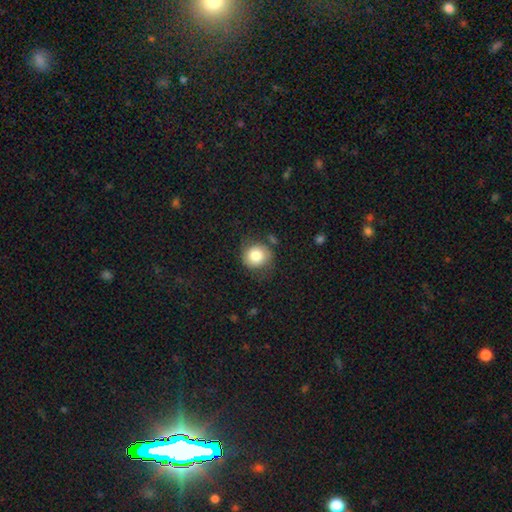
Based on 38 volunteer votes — smooth-or-featured: smooth: 82% | featured or disk: 11% | star or artifact: 8%
  how-rounded: round: 74% | in between: 23% | cigar-shaped: 3%
  merging: none: 63% | minor disturbance: 23% | major disturbance: 14% | merger: 0%